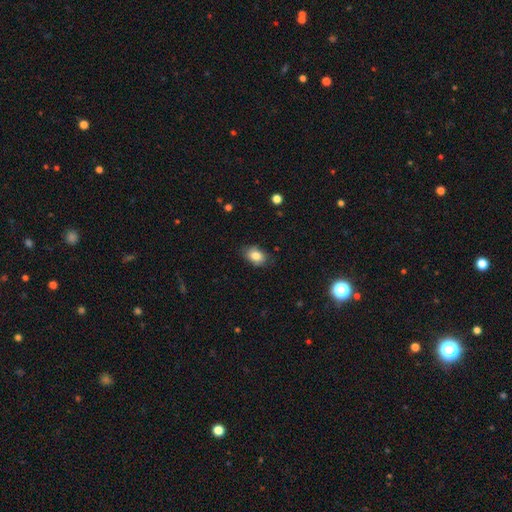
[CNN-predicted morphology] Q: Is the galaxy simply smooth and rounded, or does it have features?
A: smooth — 82%.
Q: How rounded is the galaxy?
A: in between — 79%.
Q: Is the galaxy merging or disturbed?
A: none — 79%.